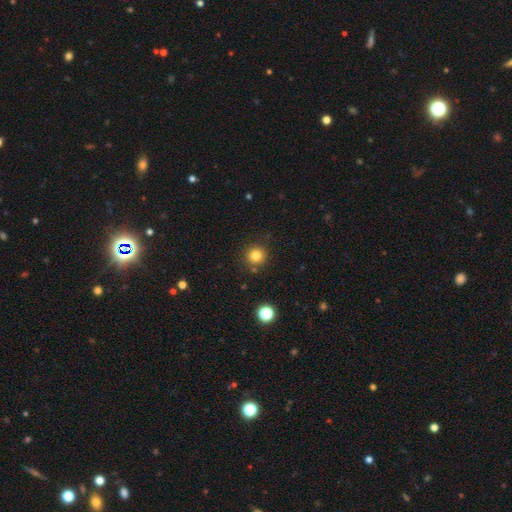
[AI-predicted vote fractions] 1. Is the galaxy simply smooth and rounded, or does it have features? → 82% smooth, 13% star or artifact, 6% featured or disk.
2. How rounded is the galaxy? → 94% round, 5% in between, 1% cigar-shaped.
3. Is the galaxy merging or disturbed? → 87% none, 7% minor disturbance, 3% merger, 2% major disturbance.